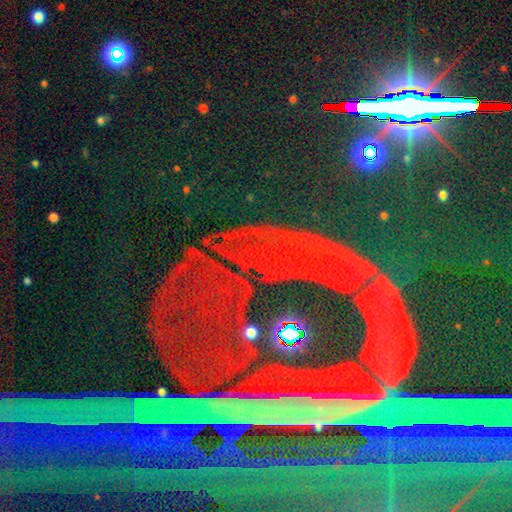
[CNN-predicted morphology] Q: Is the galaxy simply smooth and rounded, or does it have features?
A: star or artifact — 80%.